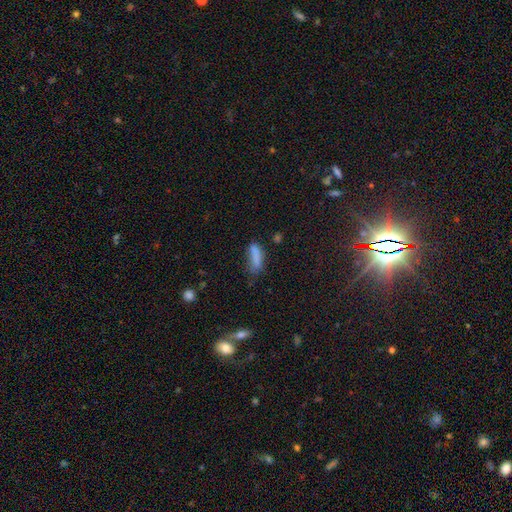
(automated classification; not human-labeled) smooth_or_featured: smooth (p=0.79) [alt: star or artifact p=0.11]
how_rounded: in between (p=0.53) [alt: cigar-shaped p=0.44]
merging: none (p=0.46) [alt: minor disturbance p=0.32]